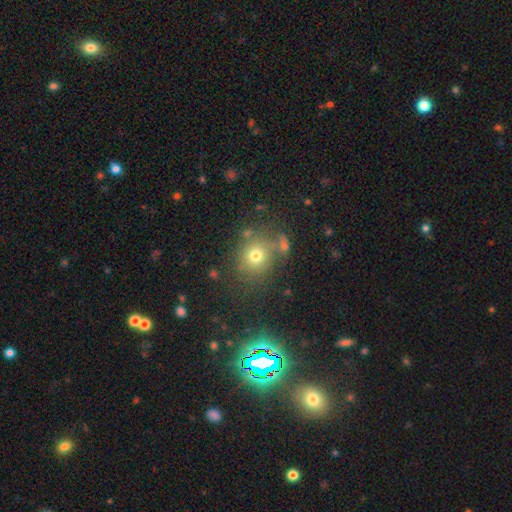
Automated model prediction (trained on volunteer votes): Smooth or featured? smooth (71%)
How rounded? round (81%)
Merging? none (73%)